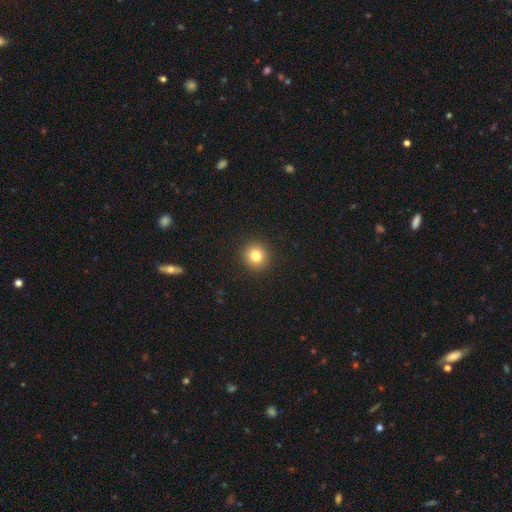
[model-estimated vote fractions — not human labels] Smooth or featured? smooth (81%)
How rounded? round (94%)
Merging? none (93%)